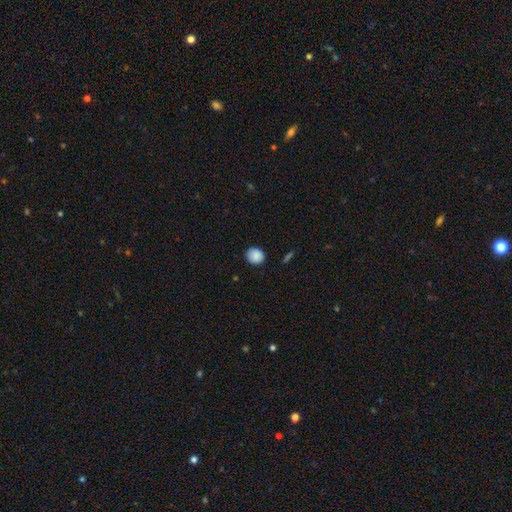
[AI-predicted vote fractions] smooth_or_featured: smooth (p=0.87) [alt: star or artifact p=0.08]
how_rounded: round (p=0.81) [alt: in between p=0.18]
merging: none (p=0.85) [alt: minor disturbance p=0.12]